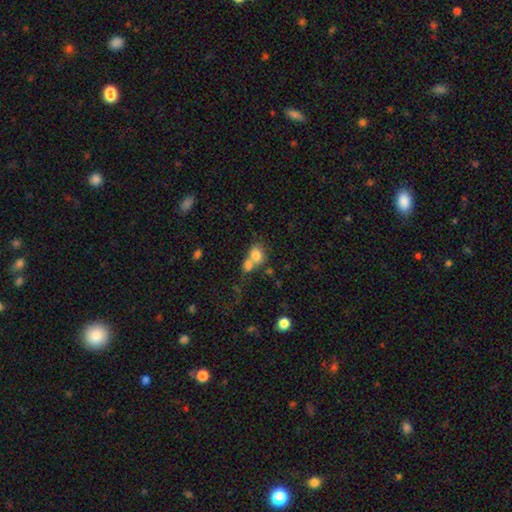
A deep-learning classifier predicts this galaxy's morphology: smooth-or-featured: smooth: 77% | featured or disk: 13% | star or artifact: 10%
  how-rounded: in between: 50% | round: 49% | cigar-shaped: 1%
  merging: merger: 61% | none: 27% | minor disturbance: 8% | major disturbance: 5%